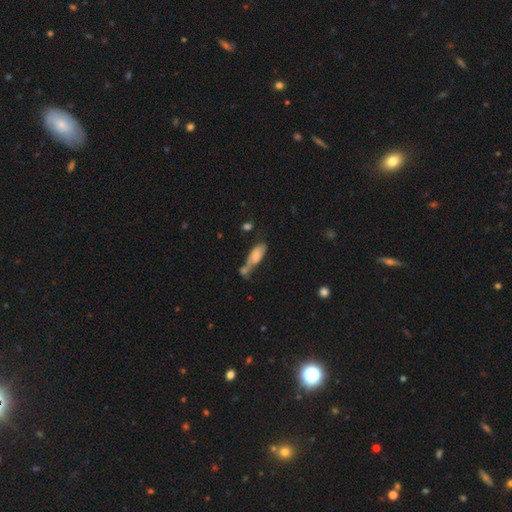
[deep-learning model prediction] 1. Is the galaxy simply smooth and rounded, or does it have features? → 68% smooth, 24% featured or disk, 8% star or artifact.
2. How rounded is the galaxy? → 70% in between, 27% cigar-shaped, 3% round.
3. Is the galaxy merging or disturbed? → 44% merger, 25% none, 19% minor disturbance, 12% major disturbance.